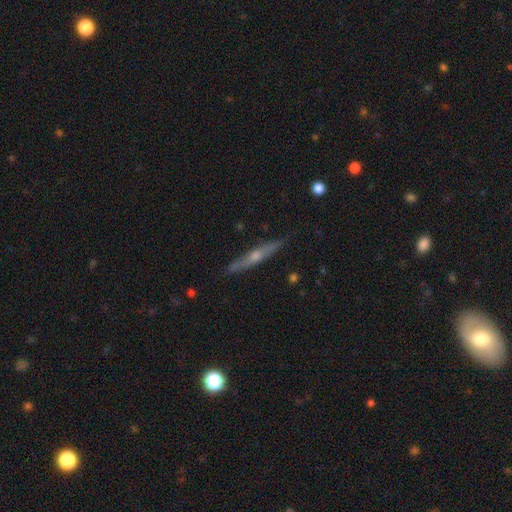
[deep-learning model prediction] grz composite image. It shows a featured or disk galaxy (69%) viewed edge-on (96%) with a rounded central bulge (82%). Merging: none (88%).